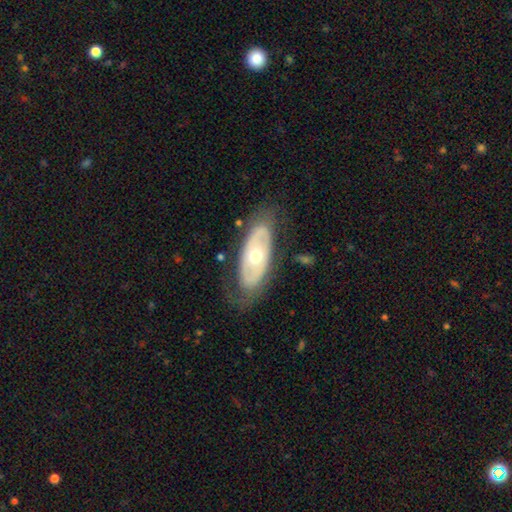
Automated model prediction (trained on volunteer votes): This is likely a featured or disk galaxy (64%). It is clearly not viewed edge-on (86%). Bar: clearly no (85%). Spiral arm pattern: likely no (68%). Central bulge: likely moderate (66%). Merging: likely none (74%).